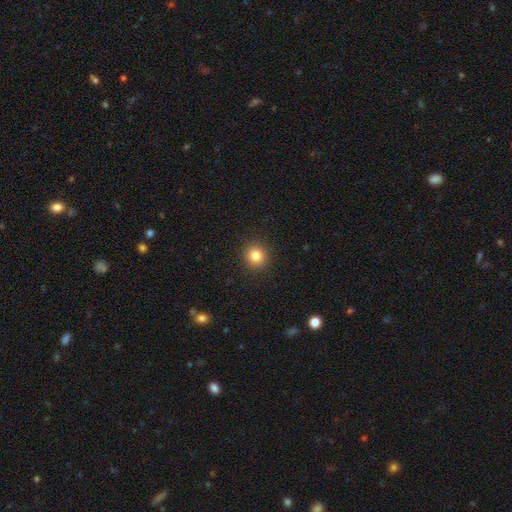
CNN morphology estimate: Overall: smooth (82%). How rounded: round (90%). Merging: none (92%).